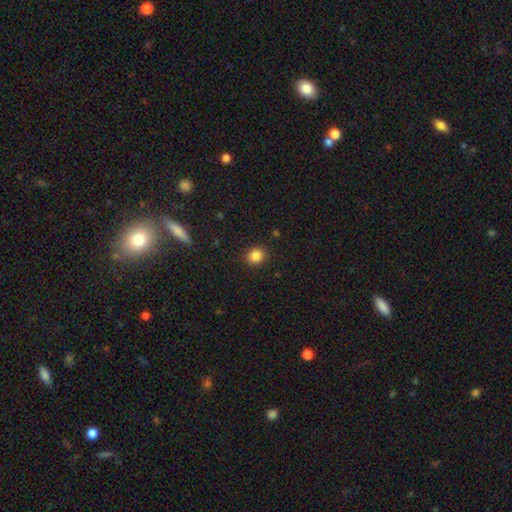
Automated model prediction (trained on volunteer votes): Smooth or featured? smooth (85%)
How rounded? round (75%)
Merging? none (89%)